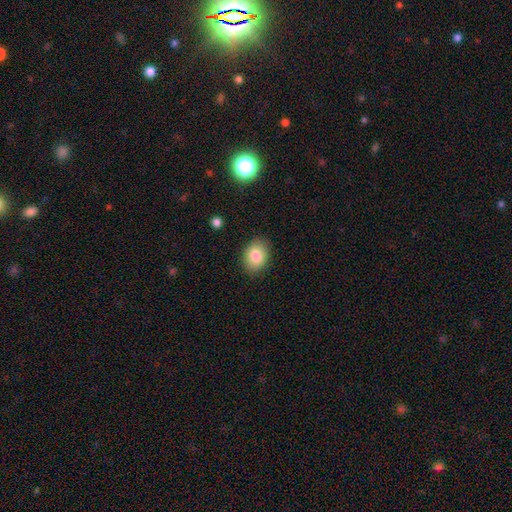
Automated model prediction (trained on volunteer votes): smooth-or-featured: smooth: 86% | star or artifact: 8% | featured or disk: 6%
  how-rounded: in between: 74% | round: 25% | cigar-shaped: 1%
  merging: none: 87% | minor disturbance: 10% | major disturbance: 3% | merger: 1%